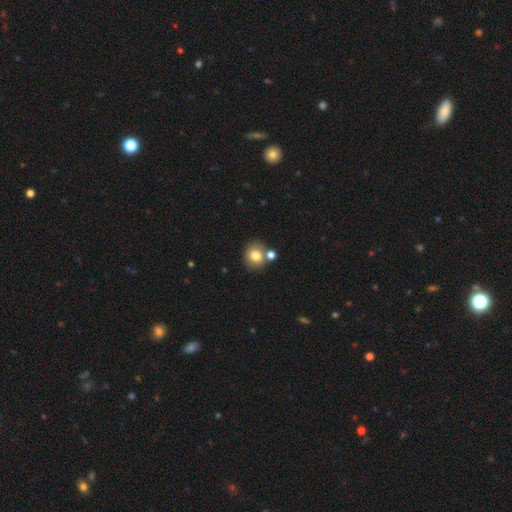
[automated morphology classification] Smooth or featured? Predicted: smooth (p=0.79). How rounded? Predicted: round (p=0.81). Merging? Predicted: none (p=0.67).